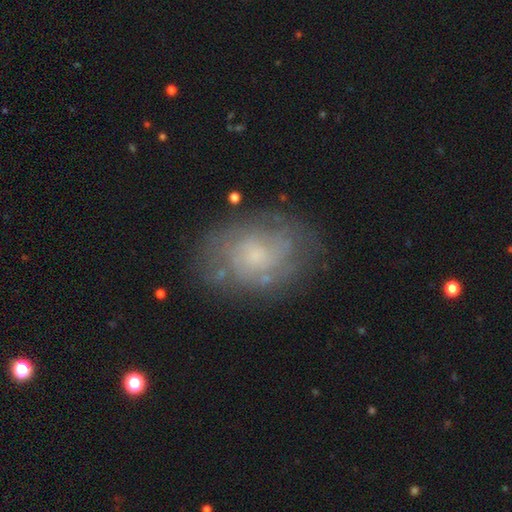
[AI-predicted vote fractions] Smooth or featured? Predicted: featured or disk (p=0.62). Edge-on disk? Predicted: no (p=0.97). Bar? Predicted: no (p=0.78). Spiral arms? Predicted: yes (p=0.72). Bulge size? Predicted: small (p=0.47). Merging? Predicted: none (p=0.73).